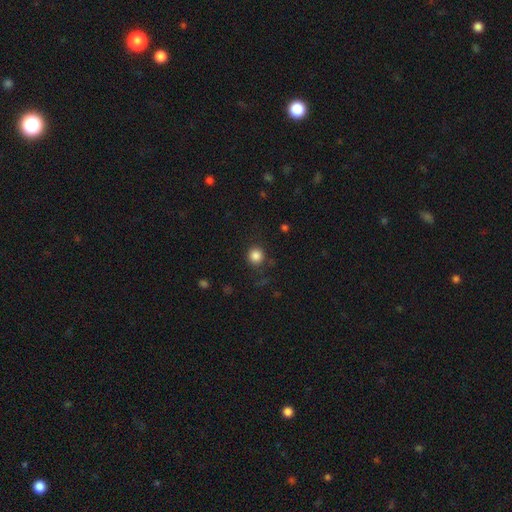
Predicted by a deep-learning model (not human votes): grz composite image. It shows a smooth galaxy with no disk features (85%) that is round (93%). Merging: none (85%).